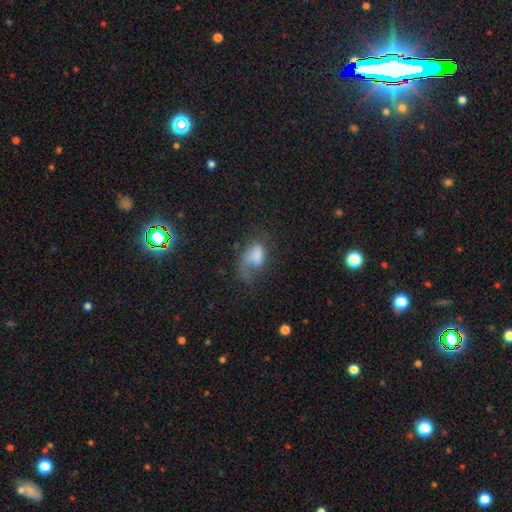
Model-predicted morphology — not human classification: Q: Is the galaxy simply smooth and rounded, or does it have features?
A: smooth — 60%.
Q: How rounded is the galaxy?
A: in between — 85%.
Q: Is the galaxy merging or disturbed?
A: major disturbance — 53%.